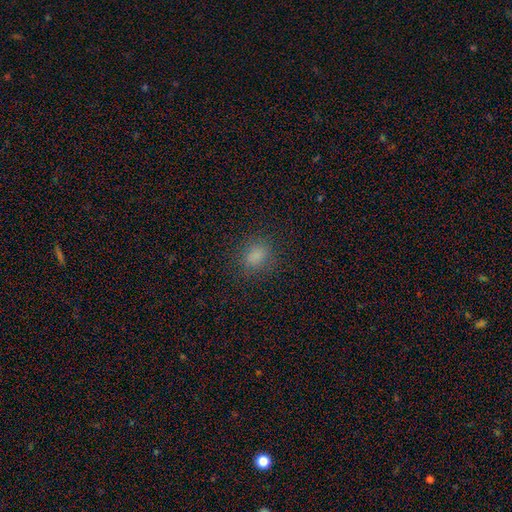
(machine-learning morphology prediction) The model was most divided on "how rounded": in between: 50%, round: 48%, cigar-shaped: 2%. More confident: merging — none (84%); smooth or featured — smooth (80%).